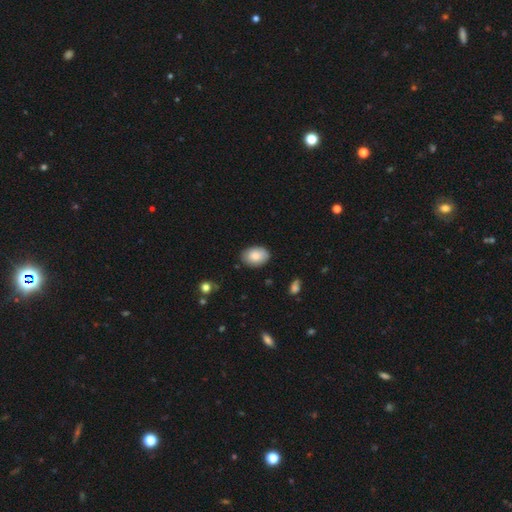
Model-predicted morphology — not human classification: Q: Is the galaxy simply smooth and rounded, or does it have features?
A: smooth — 85%.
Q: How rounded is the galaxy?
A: in between — 81%.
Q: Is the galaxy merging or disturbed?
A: none — 85%.